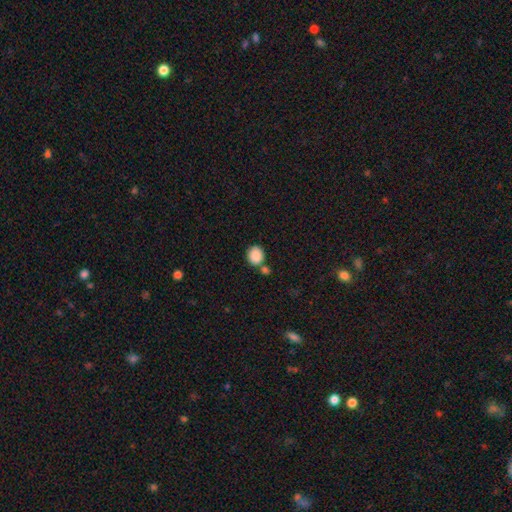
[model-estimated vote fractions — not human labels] smooth 88%, star or artifact 8%, featured or disk 4%. Down the decision tree: how rounded — round (76%); merging — none (66%).